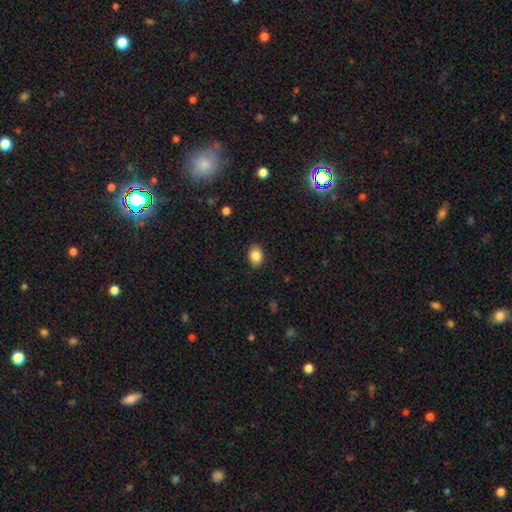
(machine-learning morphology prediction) smooth 86%, star or artifact 9%, featured or disk 6%. Down the decision tree: how rounded — in between (69%); merging — none (86%).